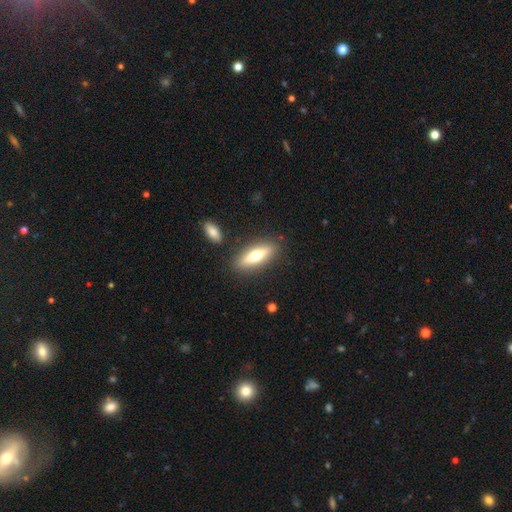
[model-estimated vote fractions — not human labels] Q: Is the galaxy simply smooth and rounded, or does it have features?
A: smooth — 53%.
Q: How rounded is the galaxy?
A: in between — 50%.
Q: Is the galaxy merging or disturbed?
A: none — 85%.